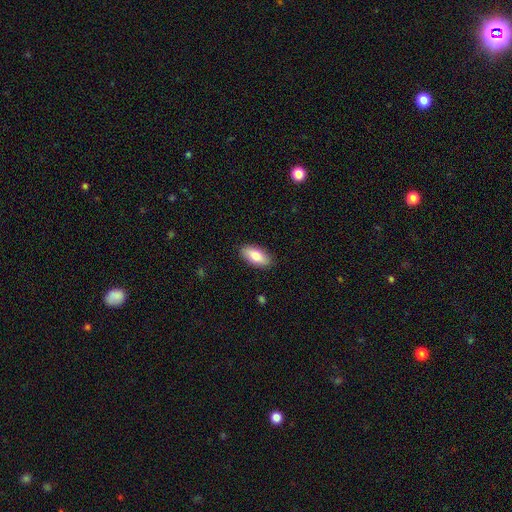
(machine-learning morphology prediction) A smooth galaxy with no disk features (79%) that is in between round and cigar-shaped (89%).

Vote fractions:
- Smooth or featured? smooth: 79% / featured or disk: 15% / star or artifact: 6%
- How rounded? in between: 89% / cigar-shaped: 9% / round: 3%
- Merging? none: 89% / minor disturbance: 8% / major disturbance: 2% / merger: 1%